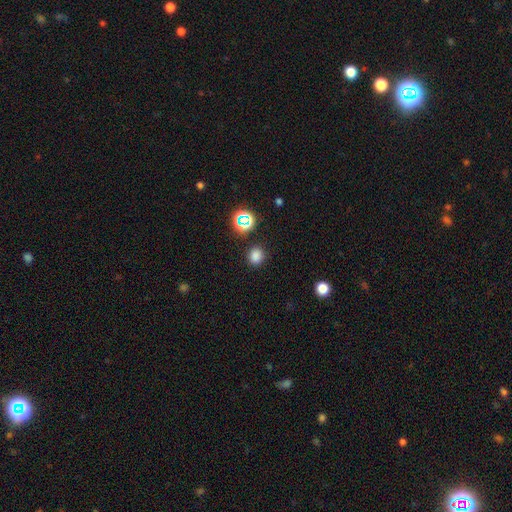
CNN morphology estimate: A smooth galaxy with no disk features (78%) that is round (80%). Merging: none (87%).